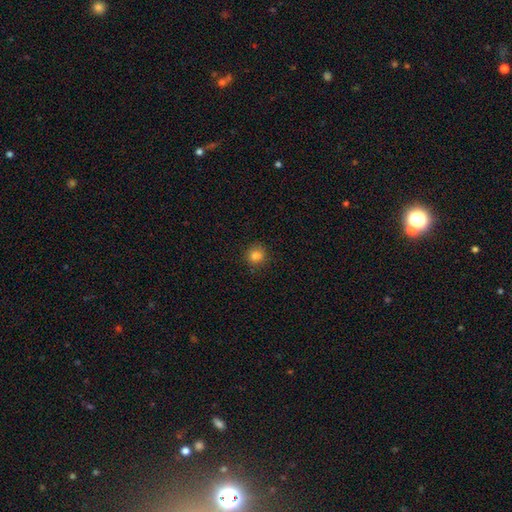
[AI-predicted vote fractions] smooth-or-featured: smooth: 83% | star or artifact: 12% | featured or disk: 5%
  how-rounded: round: 85% | in between: 14% | cigar-shaped: 1%
  merging: none: 88% | minor disturbance: 9% | major disturbance: 2% | merger: 1%